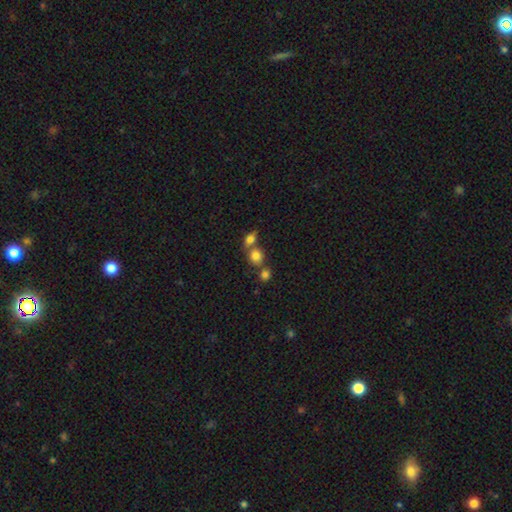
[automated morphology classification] type=smooth (79%); roundness=round (78%); merging=none (52%).